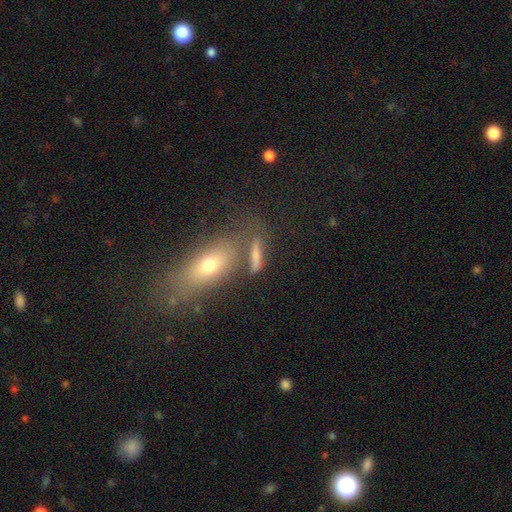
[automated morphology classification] A smooth galaxy with no disk features (63%) that is cigar-shaped (52%). Merging: none (60%).